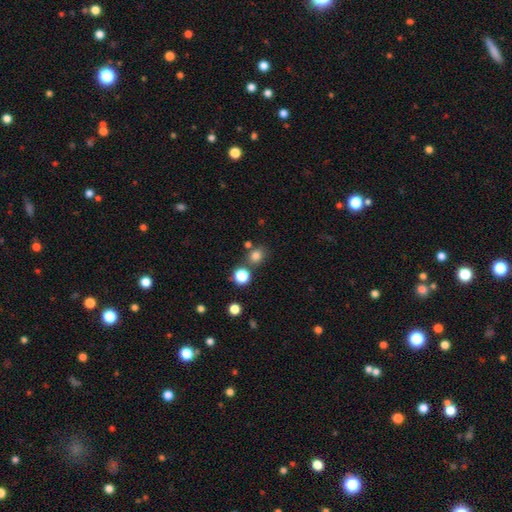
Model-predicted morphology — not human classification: smooth-or-featured: smooth: 79% | star or artifact: 16% | featured or disk: 5%
  how-rounded: round: 75% | in between: 24% | cigar-shaped: 1%
  merging: none: 73% | merger: 14% | minor disturbance: 10% | major disturbance: 4%